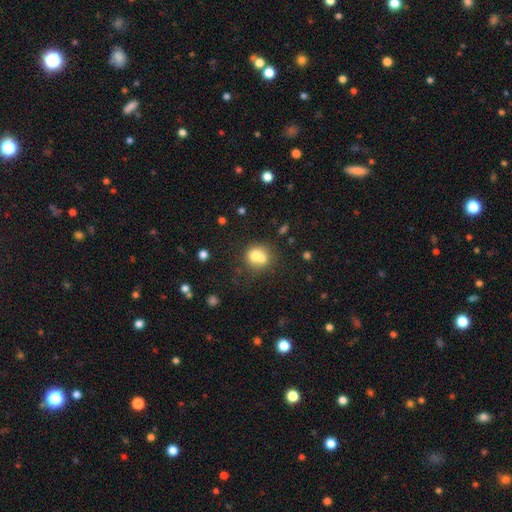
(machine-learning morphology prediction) A smooth galaxy with no disk features (68%) that is round (75%).

Vote fractions:
- Smooth or featured? smooth: 68% / featured or disk: 21% / star or artifact: 12%
- How rounded? round: 75% / in between: 24% / cigar-shaped: 1%
- Merging? merger: 55% / none: 32% / minor disturbance: 9% / major disturbance: 4%